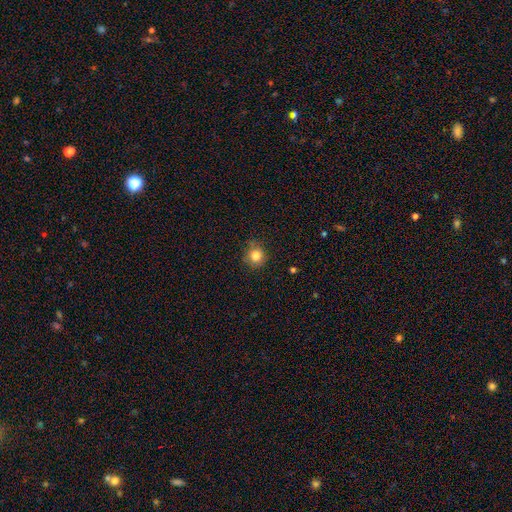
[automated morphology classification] Q: Smooth or featured?
A: smooth (82%); runner-up: star or artifact (11%)
Q: How rounded?
A: round (90%); runner-up: in between (9%)
Q: Merging?
A: none (80%); runner-up: minor disturbance (15%)